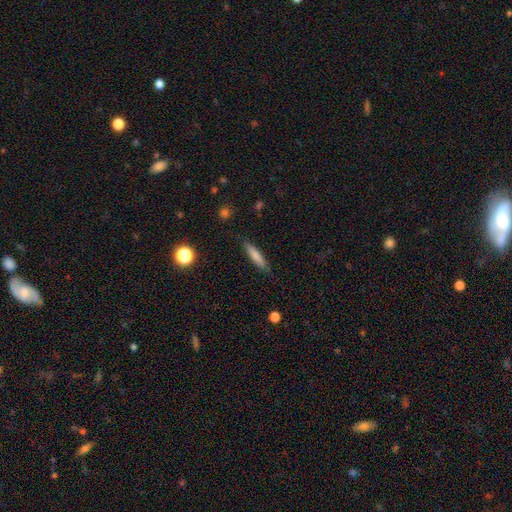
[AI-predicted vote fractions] This appears to be a smooth galaxy with no disk features (78%) that is cigar-shaped (85%). Merging: none (86%).